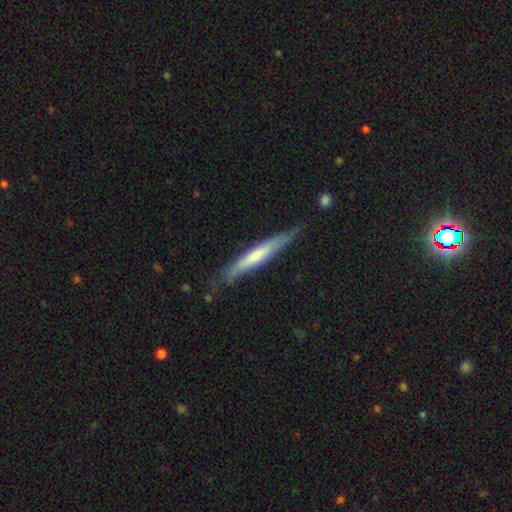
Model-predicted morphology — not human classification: smooth 48%, featured or disk 47%, star or artifact 5%. Down the decision tree: merging — none (71%).